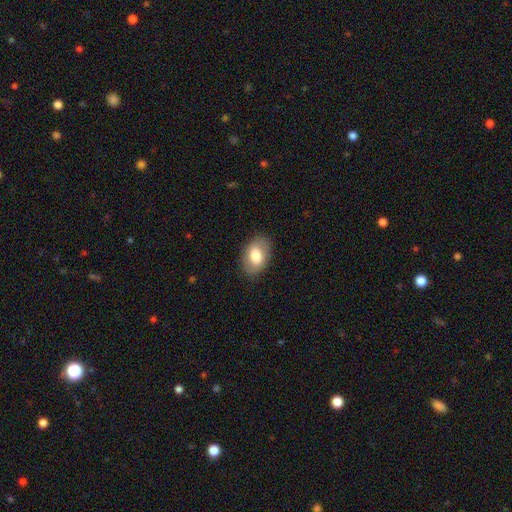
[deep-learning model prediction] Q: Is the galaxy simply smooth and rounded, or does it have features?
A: smooth — 73%.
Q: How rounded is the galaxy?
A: in between — 86%.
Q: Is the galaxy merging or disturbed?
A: none — 84%.